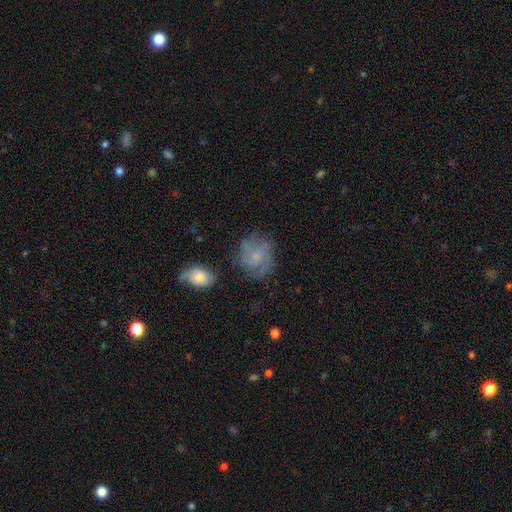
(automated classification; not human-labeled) Smooth or featured: featured or disk — 61% (smooth — 30%)
Edge-on disk: no — 98% (yes — 2%)
Bar: no — 71% (weak — 25%)
Spiral arms: yes — 85% (no — 15%)
Spiral winding: medium — 45% (tight — 36%)
Spiral arm count: can't tell — 33% (2 — 26%)
Bulge size: small — 63% (moderate — 19%)
Merging: none — 62% (minor disturbance — 21%)